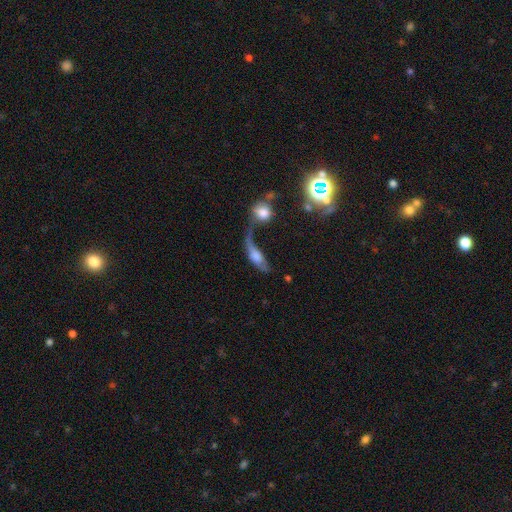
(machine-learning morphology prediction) Overall: smooth (51%; featured or disk 39%). How rounded: in between (66%). Merging: merger (42%; major disturbance 32%).